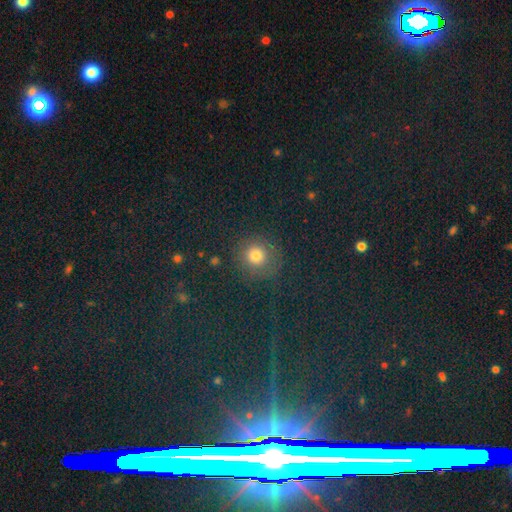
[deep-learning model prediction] smooth_or_featured: smooth (p=0.71) [alt: star or artifact p=0.20]
how_rounded: round (p=0.90) [alt: in between p=0.09]
merging: none (p=0.80) [alt: minor disturbance p=0.11]